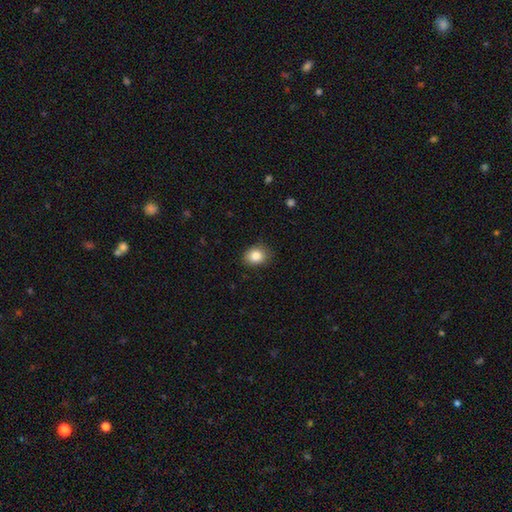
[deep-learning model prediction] smooth 85%, star or artifact 9%, featured or disk 6%. Down the decision tree: how rounded — in between (53%); merging — none (83%).